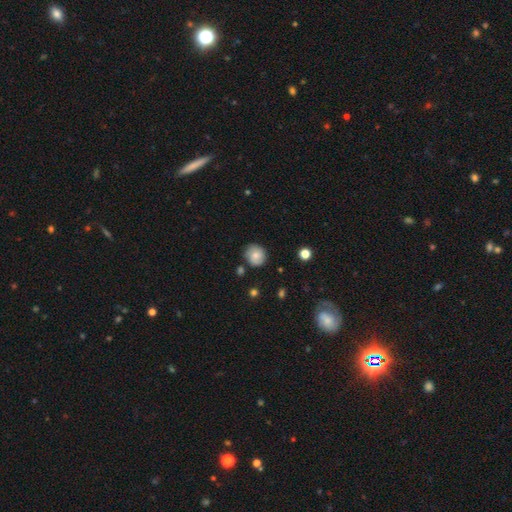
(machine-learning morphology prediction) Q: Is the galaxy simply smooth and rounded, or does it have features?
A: smooth — 64%.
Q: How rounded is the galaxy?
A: round — 85%.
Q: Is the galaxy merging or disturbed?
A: none — 77%.